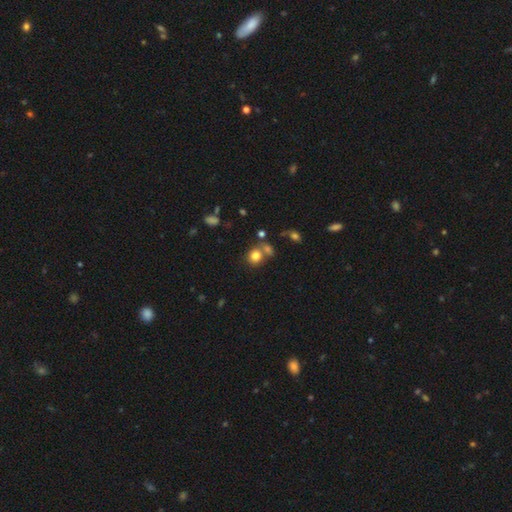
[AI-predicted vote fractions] A smooth galaxy with no disk features (78%) that is round (79%). Merging: none (59%).